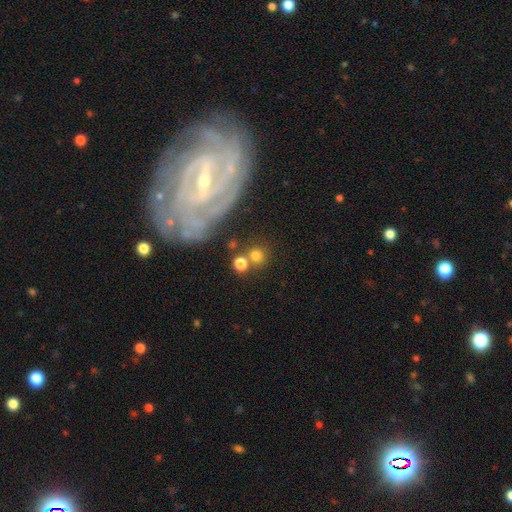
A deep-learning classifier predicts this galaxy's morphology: smooth-or-featured: smooth: 74% | star or artifact: 14% | featured or disk: 12%
  how-rounded: round: 89% | in between: 9% | cigar-shaped: 2%
  merging: none: 66% | merger: 21% | minor disturbance: 8% | major disturbance: 5%